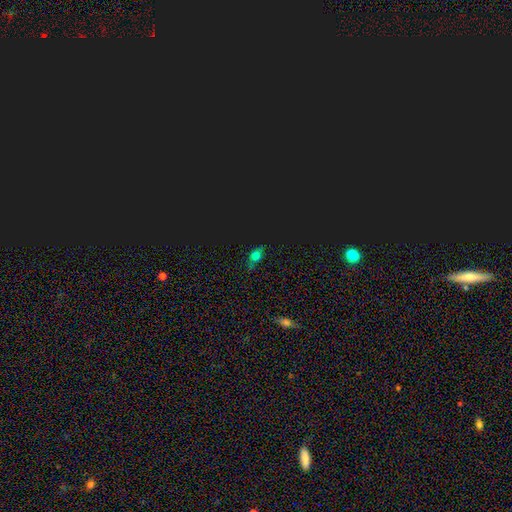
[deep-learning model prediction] A smooth galaxy with no disk features (51%) that is in between round and cigar-shaped (61%).

Vote fractions:
- Smooth or featured? smooth: 51% / star or artifact: 36% / featured or disk: 14%
- How rounded? in between: 61% / round: 30% / cigar-shaped: 9%
- Merging? none: 71% / minor disturbance: 20% / major disturbance: 6% / merger: 3%